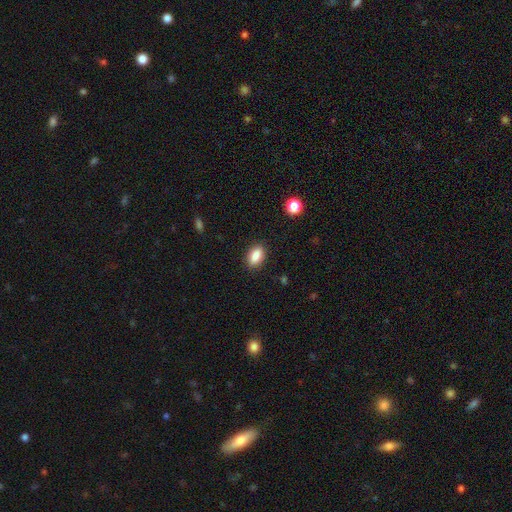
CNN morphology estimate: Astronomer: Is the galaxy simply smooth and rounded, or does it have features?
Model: smooth — 87%.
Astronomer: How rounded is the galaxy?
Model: in between — 89%.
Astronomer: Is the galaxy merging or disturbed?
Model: none — 87%.